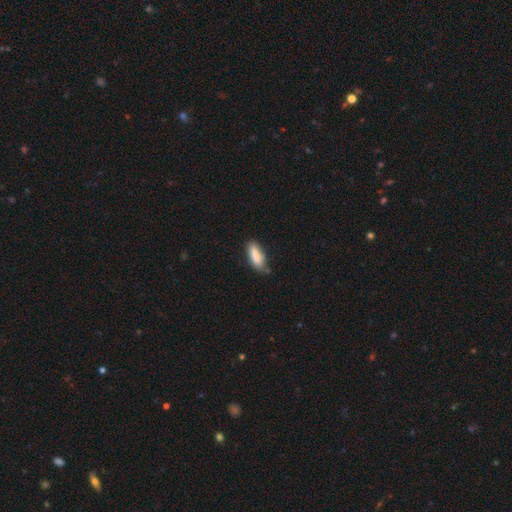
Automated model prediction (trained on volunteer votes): Smooth or featured: smooth — 84% (featured or disk — 9%)
How rounded: in between — 64% (cigar-shaped — 34%)
Merging: none — 69% (minor disturbance — 24%)